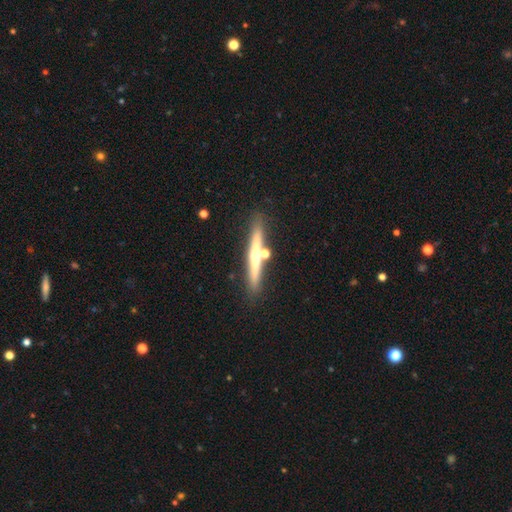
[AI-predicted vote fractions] Smooth or featured? featured or disk (59%)
Edge-on disk? yes (95%)
Edge-on bulge? rounded (82%)
Merging? none (76%)